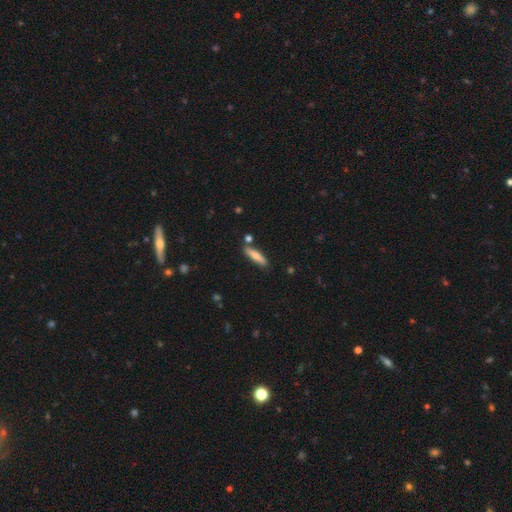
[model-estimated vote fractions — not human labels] smooth_or_featured: smooth (p=0.73) [alt: featured or disk p=0.21]
how_rounded: cigar-shaped (p=0.78) [alt: in between p=0.21]
merging: none (p=0.81) [alt: minor disturbance p=0.11]